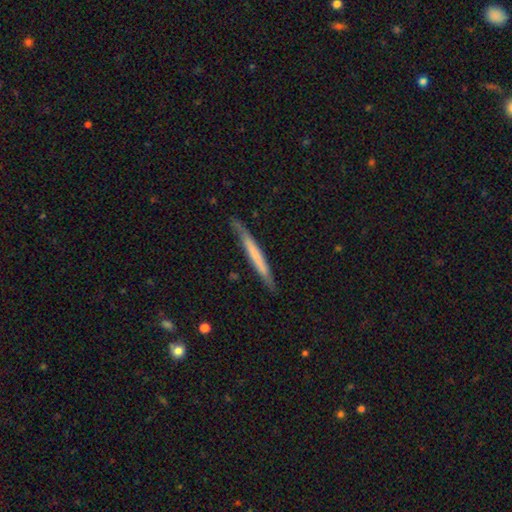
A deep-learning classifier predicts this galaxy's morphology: smooth-or-featured: smooth: 53% | featured or disk: 42% | star or artifact: 5%
  how-rounded: cigar-shaped: 97% | in between: 2% | round: 1%
  merging: none: 82% | minor disturbance: 14% | major disturbance: 2% | merger: 2%